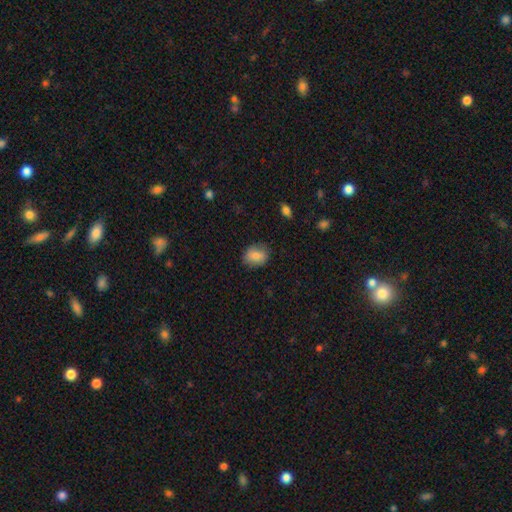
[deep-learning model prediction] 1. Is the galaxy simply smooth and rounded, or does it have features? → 83% smooth, 9% featured or disk, 8% star or artifact.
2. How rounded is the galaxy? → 58% in between, 40% round, 1% cigar-shaped.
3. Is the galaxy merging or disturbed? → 81% none, 15% minor disturbance, 3% major disturbance, 1% merger.